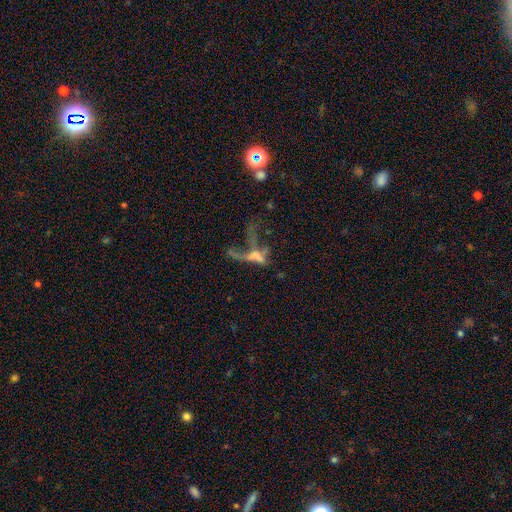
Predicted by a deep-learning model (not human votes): This is possibly a featured or disk galaxy (50%). Merging: possibly major disturbance (47%).